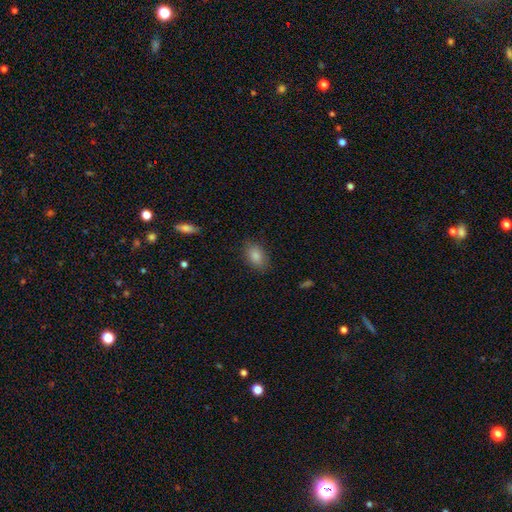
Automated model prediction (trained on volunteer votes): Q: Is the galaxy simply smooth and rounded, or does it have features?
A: smooth — 86%.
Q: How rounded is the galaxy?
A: in between — 86%.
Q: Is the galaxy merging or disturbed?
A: none — 84%.